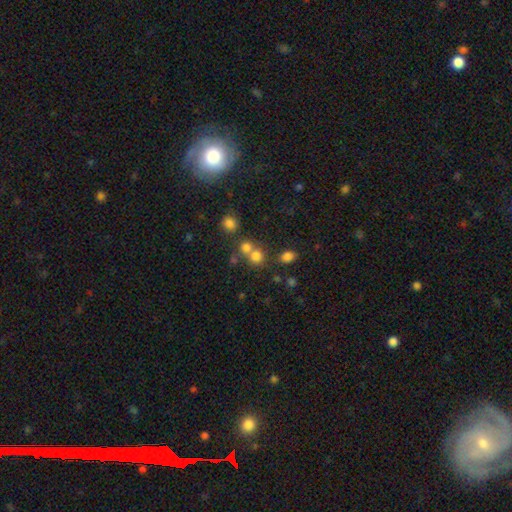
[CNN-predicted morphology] A smooth galaxy with no disk features (73%) that is round (82%).

Vote fractions:
- Smooth or featured? smooth: 73% / star or artifact: 17% / featured or disk: 10%
- How rounded? round: 82% / in between: 17% / cigar-shaped: 1%
- Merging? none: 50% / merger: 39% / minor disturbance: 7% / major disturbance: 4%